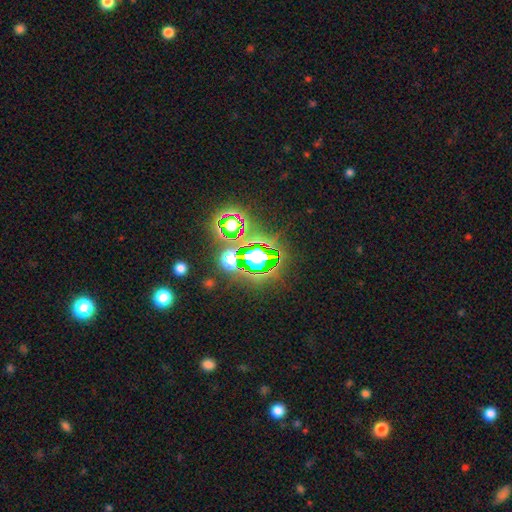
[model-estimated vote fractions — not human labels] The model was most divided on "smooth or featured": star or artifact: 74%, smooth: 15%, featured or disk: 10%.